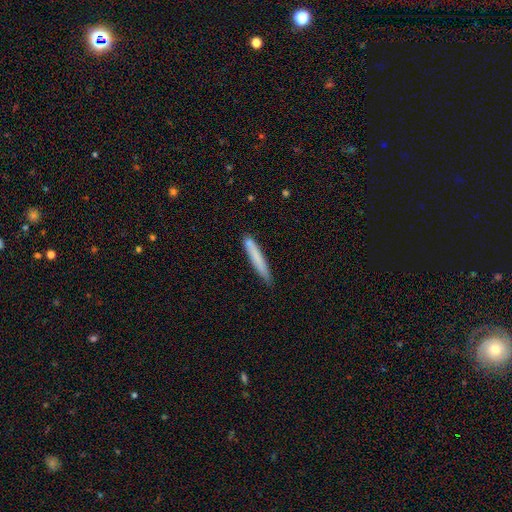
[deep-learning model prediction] Smooth or featured?
  - smooth: 75% *
  - featured or disk: 19%
  - star or artifact: 6%
How rounded?
  - cigar-shaped: 96% *
  - in between: 3%
  - round: 1%
Merging?
  - none: 82% *
  - minor disturbance: 13%
  - merger: 3%
  - major disturbance: 2%